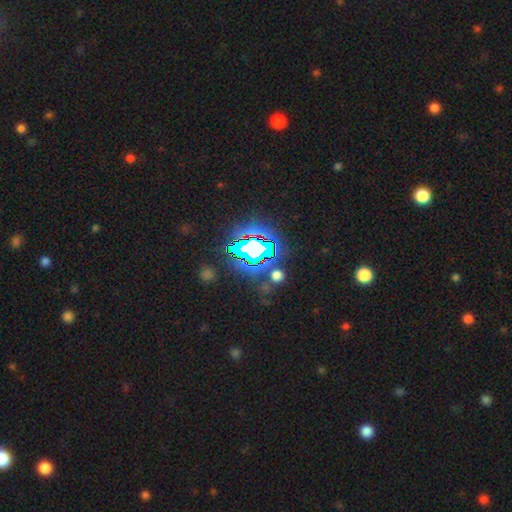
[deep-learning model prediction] This appears to be a star or artifact, not a galaxy (81%).